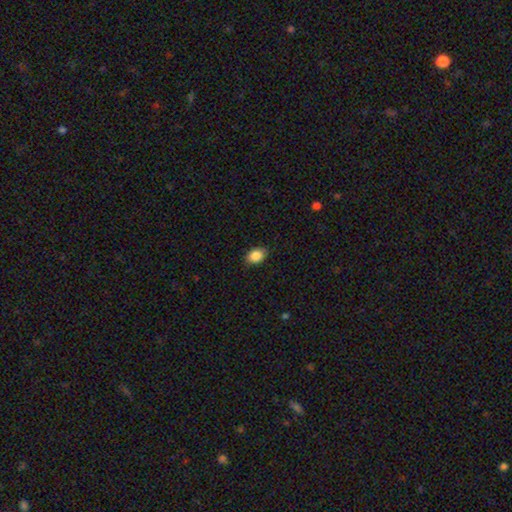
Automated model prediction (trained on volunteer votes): A smooth galaxy with no disk features (87%) that is in between round and cigar-shaped (76%).

Vote fractions:
- Smooth or featured? smooth: 87% / star or artifact: 8% / featured or disk: 5%
- How rounded? in between: 76% / round: 23% / cigar-shaped: 1%
- Merging? none: 84% / minor disturbance: 13% / major disturbance: 2% / merger: 1%